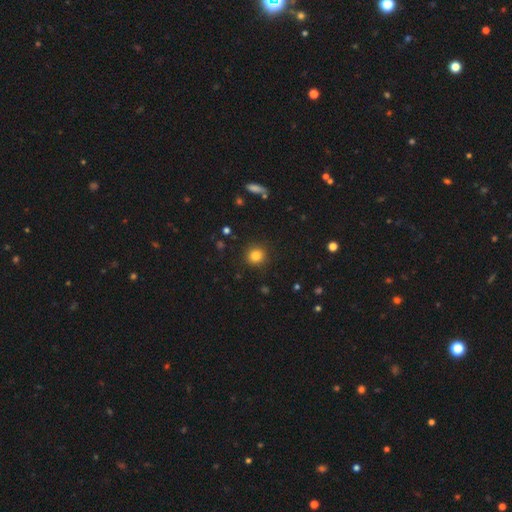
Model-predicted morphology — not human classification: Q: Smooth or featured?
A: smooth (82%); runner-up: star or artifact (12%)
Q: How rounded?
A: round (91%); runner-up: in between (8%)
Q: Merging?
A: none (91%); runner-up: minor disturbance (6%)